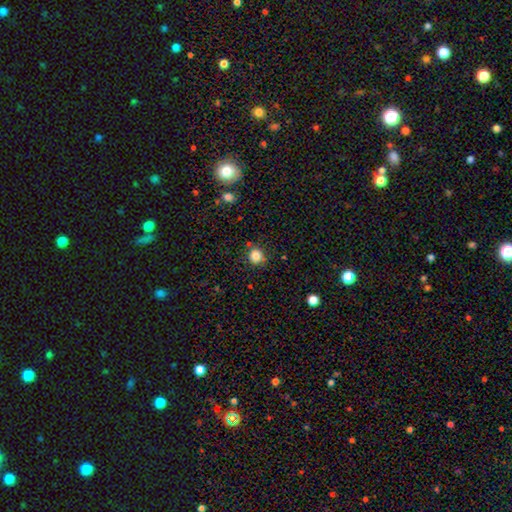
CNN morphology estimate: smooth-or-featured: smooth: 83% | star or artifact: 12% | featured or disk: 5%
  how-rounded: round: 90% | in between: 9% | cigar-shaped: 1%
  merging: none: 84% | minor disturbance: 10% | merger: 4% | major disturbance: 3%